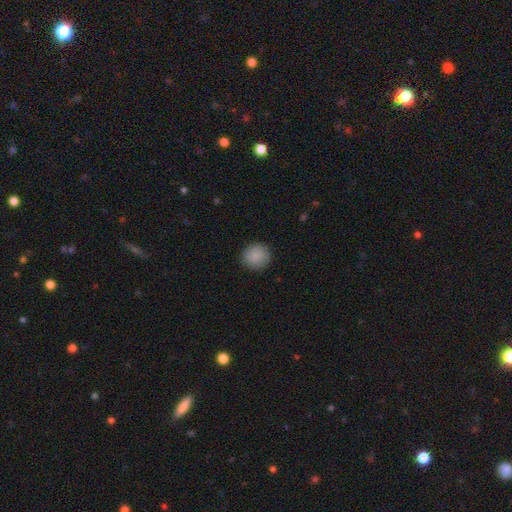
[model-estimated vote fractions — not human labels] A smooth galaxy with no disk features (89%) that is round (92%). Merging: none (90%).